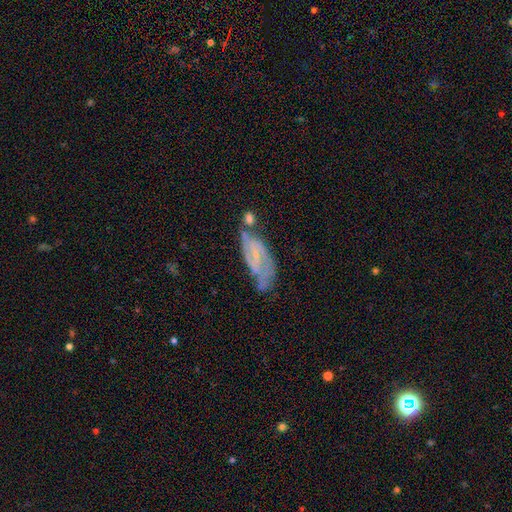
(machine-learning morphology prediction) This appears to be a featured or disk galaxy (69%) with no bar (43%, tied with weak), 2 (55%) tight (41%, tied with medium) spiral arms (81%) and a small central bulge (68%). Merging: none (45%).